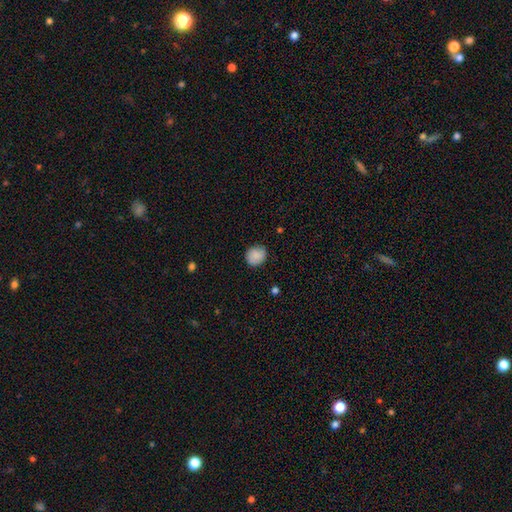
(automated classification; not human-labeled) This appears to be a smooth galaxy with no disk features (85%) that is round (78%). Merging: none (83%).